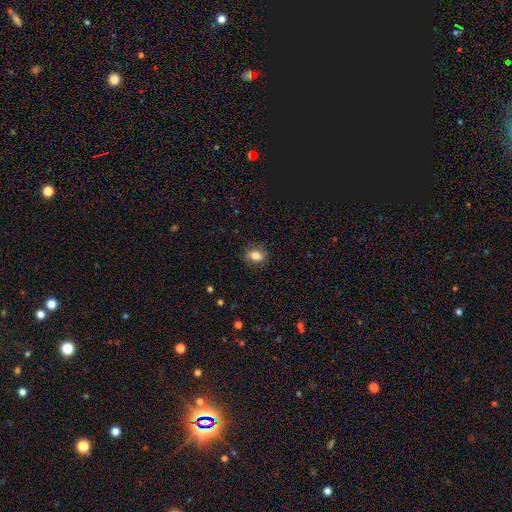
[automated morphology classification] The model was most divided on "how rounded": in between: 72%, round: 26%, cigar-shaped: 2%. More confident: merging — none (84%); smooth or featured — smooth (83%).